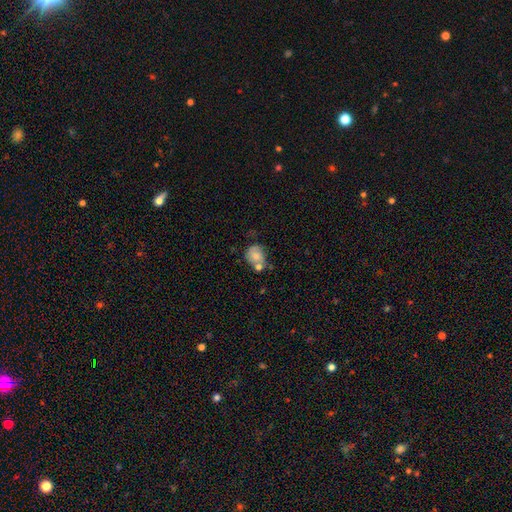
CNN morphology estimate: smooth-or-featured: smooth: 72% | featured or disk: 19% | star or artifact: 9%
  how-rounded: round: 59% | in between: 40% | cigar-shaped: 1%
  merging: none: 39% | merger: 27% | minor disturbance: 23% | major disturbance: 11%